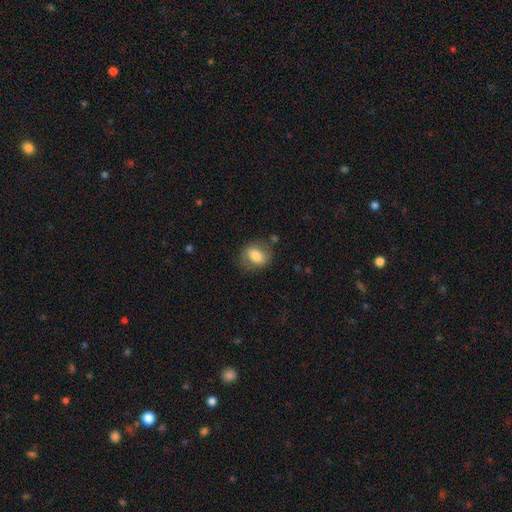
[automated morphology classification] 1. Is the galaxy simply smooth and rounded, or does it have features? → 74% smooth, 18% featured or disk, 8% star or artifact.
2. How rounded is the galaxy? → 60% in between, 39% round, 1% cigar-shaped.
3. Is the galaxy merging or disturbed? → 71% none, 19% minor disturbance, 7% major disturbance, 3% merger.